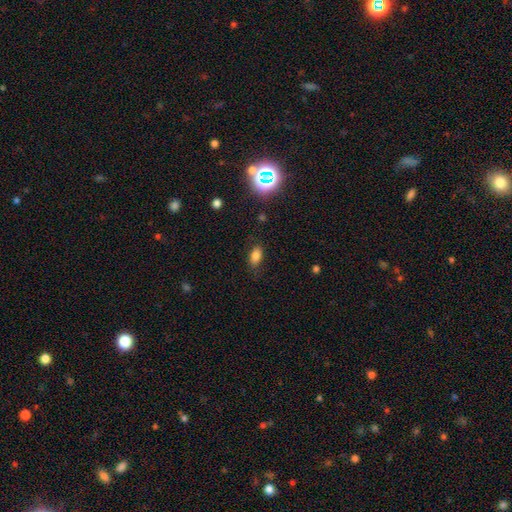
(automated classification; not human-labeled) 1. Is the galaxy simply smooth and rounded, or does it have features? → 78% smooth, 15% star or artifact, 7% featured or disk.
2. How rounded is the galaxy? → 87% in between, 8% round, 4% cigar-shaped.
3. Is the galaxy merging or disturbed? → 82% none, 13% minor disturbance, 4% major disturbance, 1% merger.